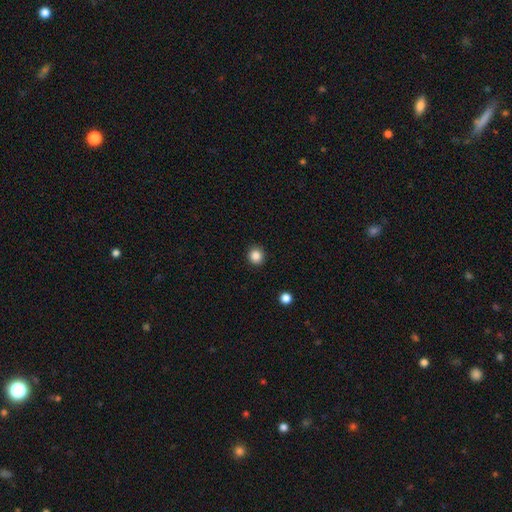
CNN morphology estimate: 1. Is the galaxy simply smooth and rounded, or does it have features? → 86% smooth, 11% star or artifact, 4% featured or disk.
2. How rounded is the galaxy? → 92% round, 7% in between, 1% cigar-shaped.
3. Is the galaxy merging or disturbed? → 92% none, 5% minor disturbance, 2% major disturbance, 1% merger.